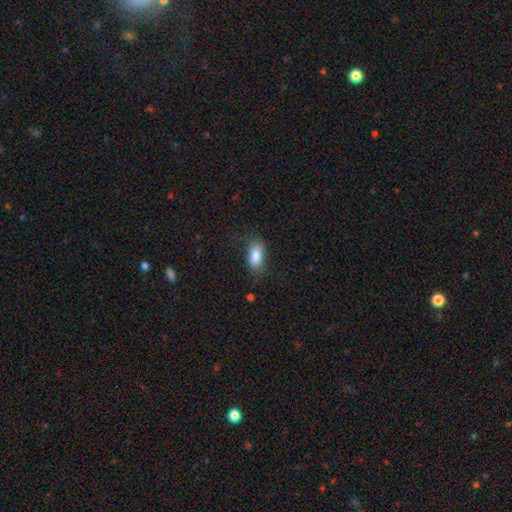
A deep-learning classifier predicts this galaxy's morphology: A smooth galaxy with no disk features (84%) that is in between round and cigar-shaped (90%). Merging: none (69%).